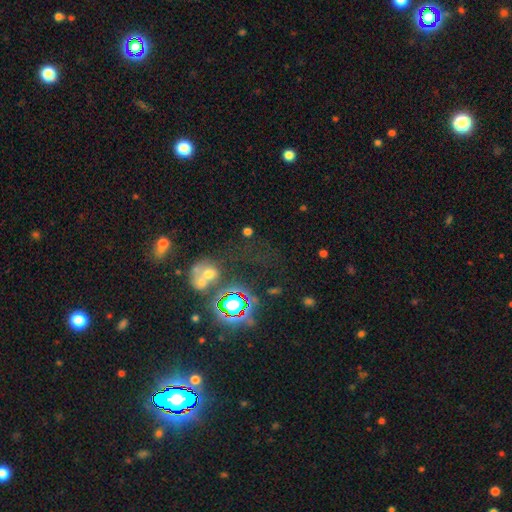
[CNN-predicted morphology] Smooth or featured? star or artifact (70%)